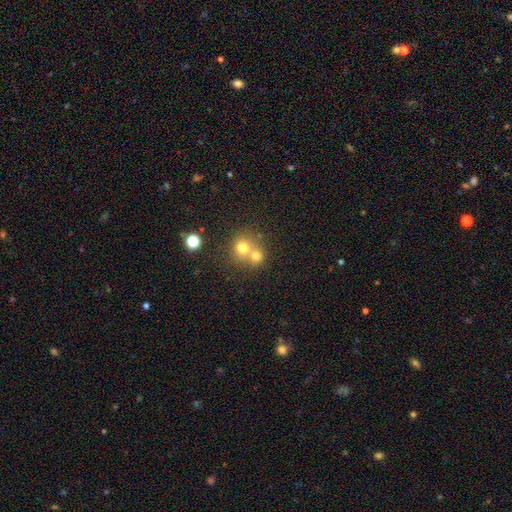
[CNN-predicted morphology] This is likely a smooth galaxy (69%). How rounded: likely round (79%). Merging: possibly merger (60%).